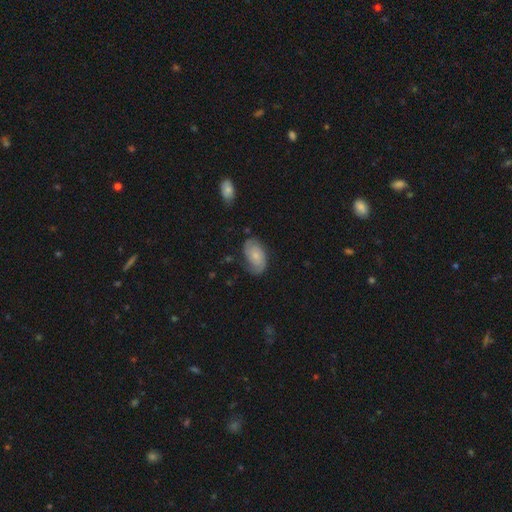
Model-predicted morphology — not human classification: smooth-or-featured: featured or disk: 62% | smooth: 31% | star or artifact: 7%
  disk-edge-on: no: 96% | yes: 4%
    bar: no: 74% | weak: 22% | strong: 4%
    has-spiral-arms: yes: 90% | no: 10%
      spiral-winding: tight: 48% | medium: 37% | loose: 15%
      spiral-arm-count: 2: 76% | can't tell: 14% | 1: 4% | 3: 3% | 4: 1% | more than 4: 1%
    bulge-size: small: 61% | moderate: 28% | none: 7% | large: 3% | dominant: 1%
  merging: none: 72% | minor disturbance: 19% | major disturbance: 7% | merger: 2%